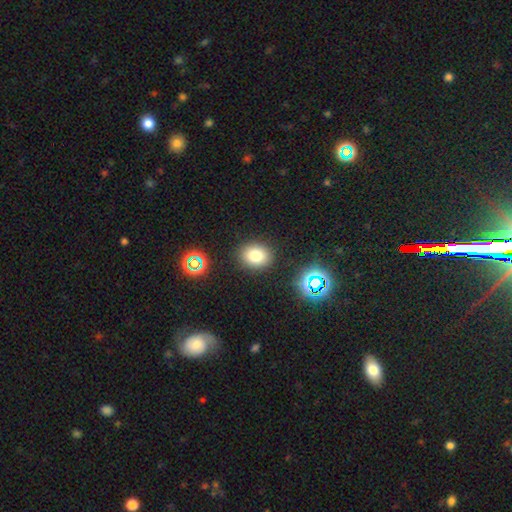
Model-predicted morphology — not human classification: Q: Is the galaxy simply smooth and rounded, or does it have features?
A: smooth — 76%.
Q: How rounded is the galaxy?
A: round — 58%.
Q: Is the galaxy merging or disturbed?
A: none — 87%.